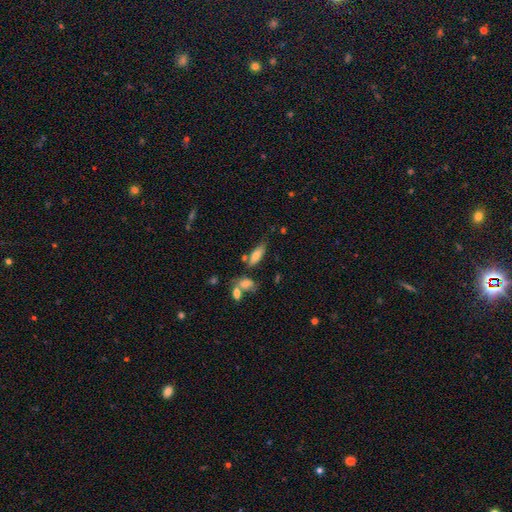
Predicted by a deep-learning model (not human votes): smooth_or_featured: smooth (p=0.75) [alt: featured or disk p=0.17]
how_rounded: in between (p=0.67) [alt: cigar-shaped p=0.30]
merging: none (p=0.58) [alt: minor disturbance p=0.21]